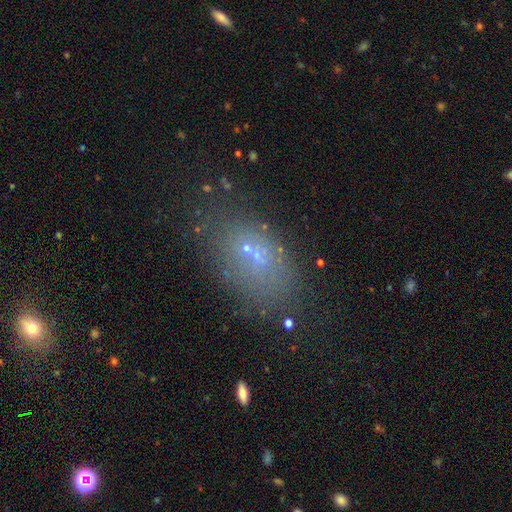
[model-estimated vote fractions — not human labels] This is possibly a smooth galaxy (51%). How rounded: clearly in between (80%). Merging: possibly none (60%).